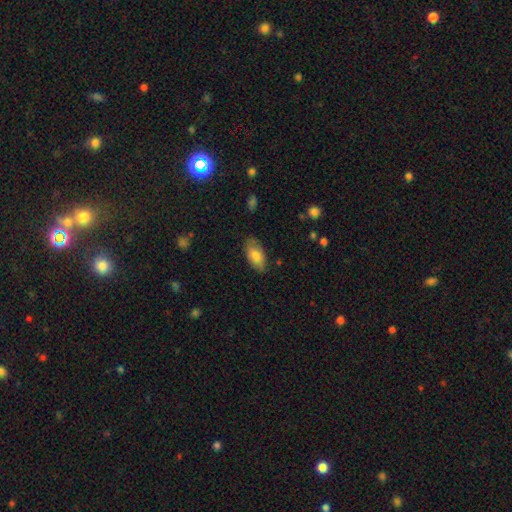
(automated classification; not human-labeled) A smooth galaxy with no disk features (77%) that is in between round and cigar-shaped (93%).

Vote fractions:
- Smooth or featured? smooth: 77% / featured or disk: 17% / star or artifact: 6%
- How rounded? in between: 93% / cigar-shaped: 4% / round: 3%
- Merging? none: 76% / minor disturbance: 19% / major disturbance: 4% / merger: 1%